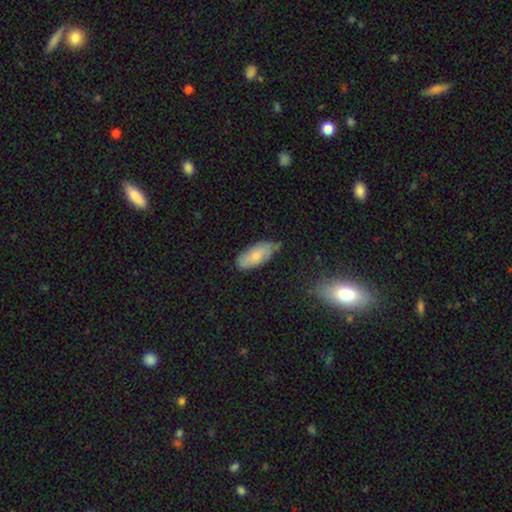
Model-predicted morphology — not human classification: Smooth or featured: smooth — 72% (featured or disk — 22%)
How rounded: in between — 85% (cigar-shaped — 13%)
Merging: none — 59% (minor disturbance — 33%)